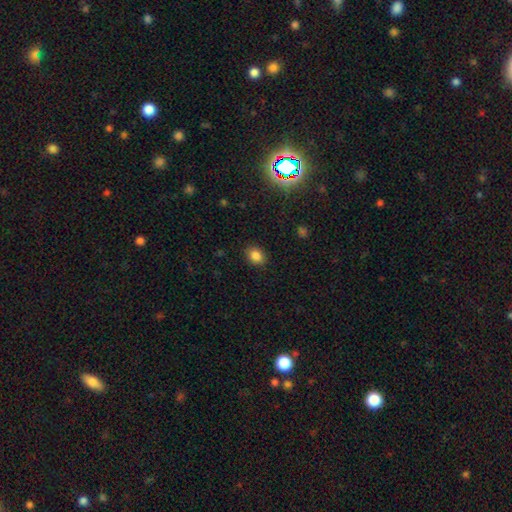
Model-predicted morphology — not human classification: The model was most divided on "how rounded": in between: 54%, round: 45%, cigar-shaped: 1%. More confident: merging — none (88%); smooth or featured — smooth (84%).